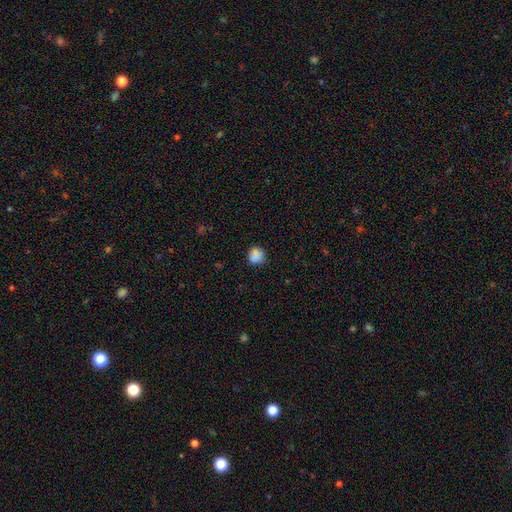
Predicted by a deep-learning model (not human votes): A smooth galaxy with no disk features (86%) that is round (85%).

Vote fractions:
- Smooth or featured? smooth: 86% / star or artifact: 10% / featured or disk: 4%
- How rounded? round: 85% / in between: 14% / cigar-shaped: 1%
- Merging? none: 81% / minor disturbance: 14% / major disturbance: 3% / merger: 2%